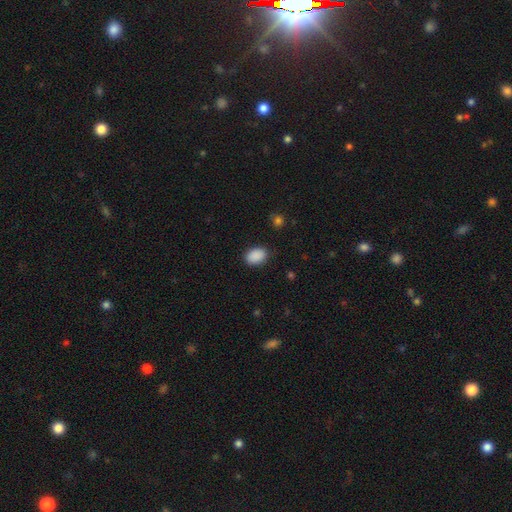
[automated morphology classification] Smooth or featured: smooth — 90% (star or artifact — 7%)
How rounded: in between — 84% (round — 15%)
Merging: none — 87% (minor disturbance — 10%)